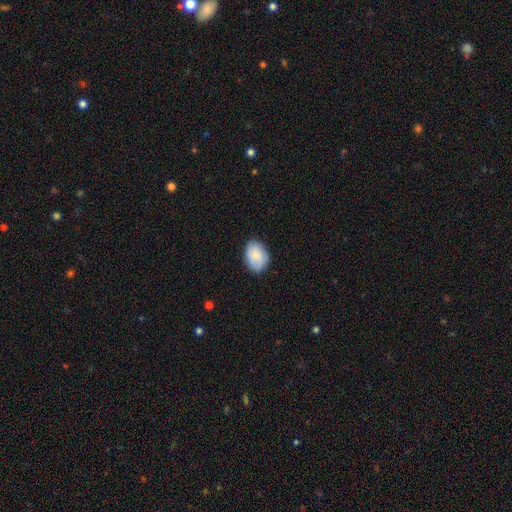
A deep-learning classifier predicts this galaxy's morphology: A smooth galaxy with no disk features (84%) that is in between round and cigar-shaped (74%).

Vote fractions:
- Smooth or featured? smooth: 84% / featured or disk: 10% / star or artifact: 6%
- How rounded? in between: 74% / round: 25% / cigar-shaped: 1%
- Merging? none: 79% / minor disturbance: 17% / major disturbance: 3% / merger: 1%